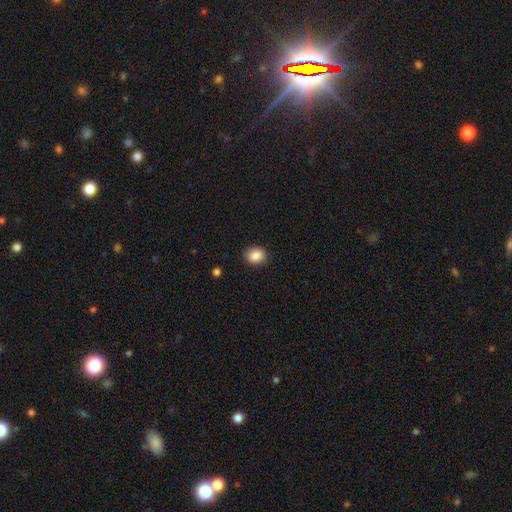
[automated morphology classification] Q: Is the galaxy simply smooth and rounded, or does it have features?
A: smooth — 87%.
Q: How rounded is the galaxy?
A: round — 59%.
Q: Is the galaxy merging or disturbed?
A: none — 90%.